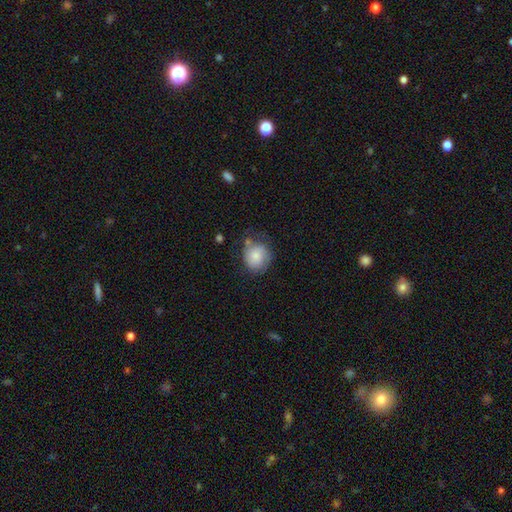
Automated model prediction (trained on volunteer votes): smooth 77%, featured or disk 16%, star or artifact 8%. Down the decision tree: how rounded — round (76%); merging — none (57%).